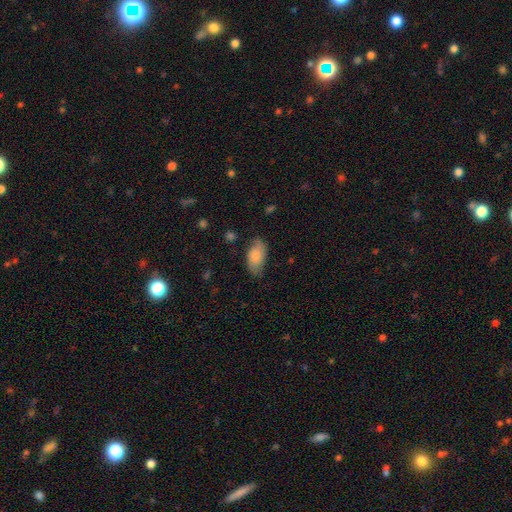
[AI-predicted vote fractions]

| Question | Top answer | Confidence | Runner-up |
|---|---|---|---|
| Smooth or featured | smooth | 76% | featured or disk (17%) |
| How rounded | in between | 94% | round (3%) |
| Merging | none | 70% | minor disturbance (23%) |